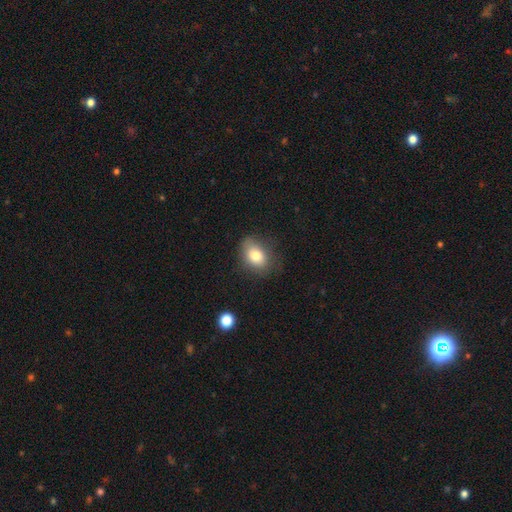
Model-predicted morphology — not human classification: smooth_or_featured: smooth (p=0.79) [alt: featured or disk p=0.12]
how_rounded: in between (p=0.75) [alt: round p=0.24]
merging: none (p=0.72) [alt: minor disturbance p=0.20]